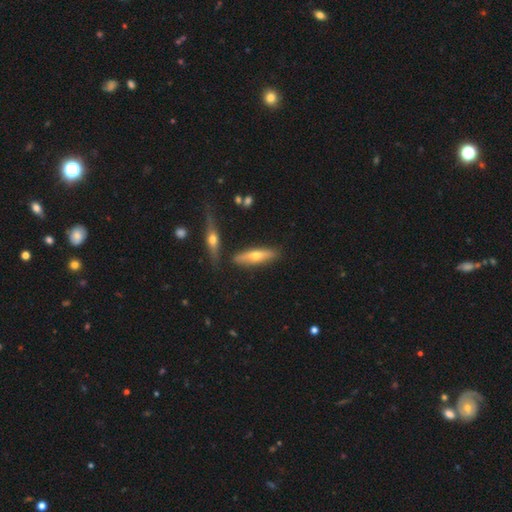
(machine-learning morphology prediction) A featured or disk galaxy (51%) viewed edge-on (86%). Merging: none (79%).